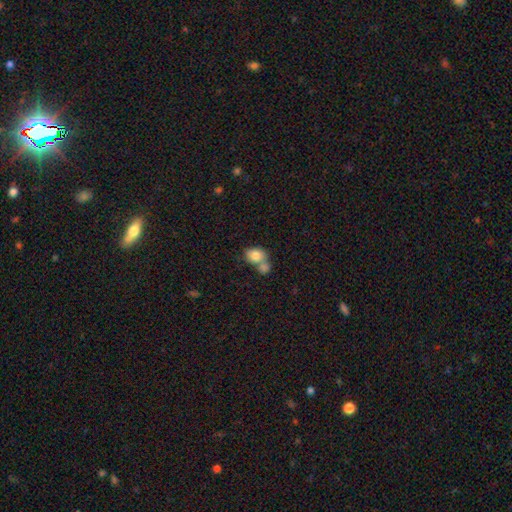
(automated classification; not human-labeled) Morphology: type=smooth (80%); roundness=round (51%); merging=merger (55%).